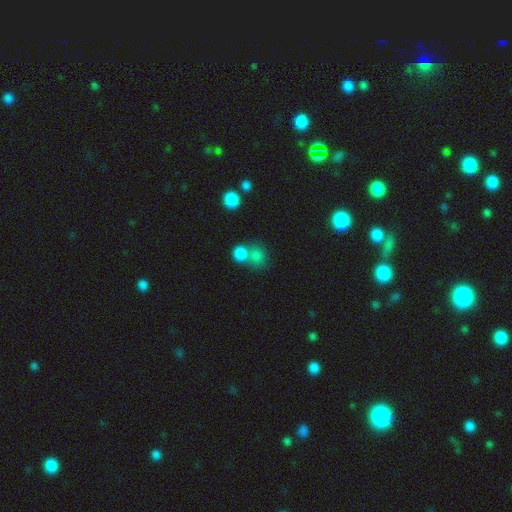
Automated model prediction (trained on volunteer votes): Morphology: type=smooth (79%); roundness=round (72%); merging=merger (45%).